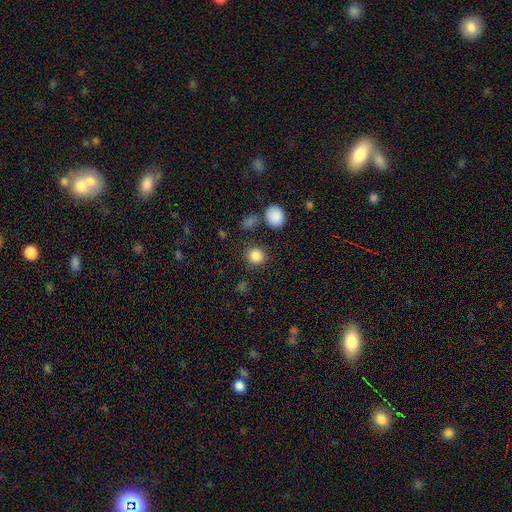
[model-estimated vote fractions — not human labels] Q: Smooth or featured?
A: smooth (86%); runner-up: star or artifact (11%)
Q: How rounded?
A: round (90%); runner-up: in between (9%)
Q: Merging?
A: none (86%); runner-up: minor disturbance (7%)